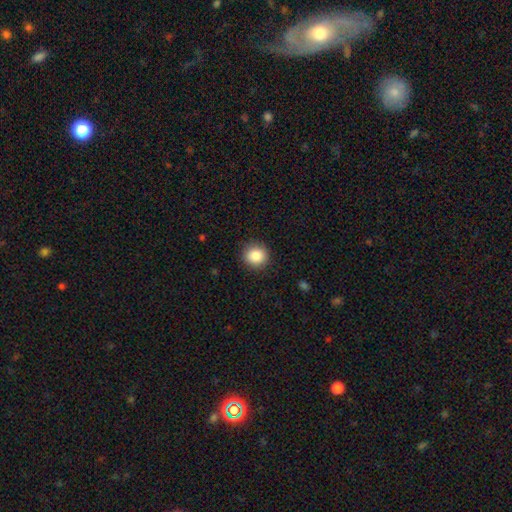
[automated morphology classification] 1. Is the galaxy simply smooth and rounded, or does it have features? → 86% smooth, 9% star or artifact, 5% featured or disk.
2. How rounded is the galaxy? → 90% round, 9% in between, 1% cigar-shaped.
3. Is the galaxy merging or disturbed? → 90% none, 7% minor disturbance, 2% major disturbance, 1% merger.